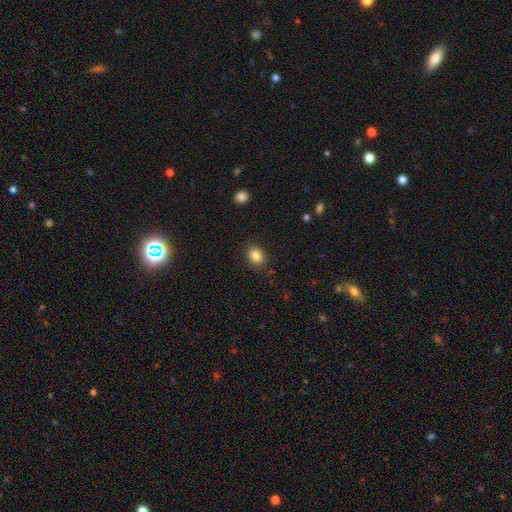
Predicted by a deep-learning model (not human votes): Overall: smooth (84%). How rounded: round (54%; in between 45%). Merging: none (87%).